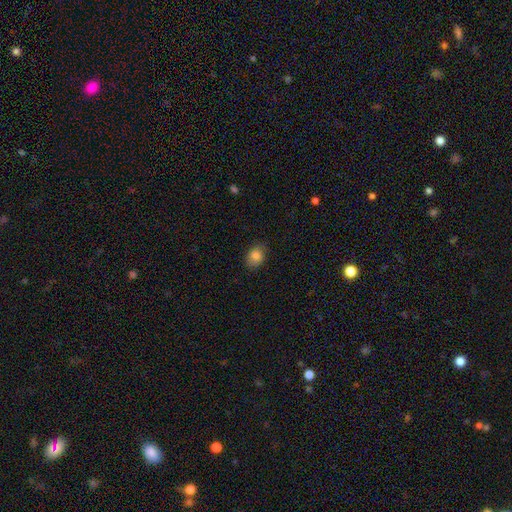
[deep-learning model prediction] Overall: smooth (83%). How rounded: in between (59%; round 39%). Merging: none (80%).